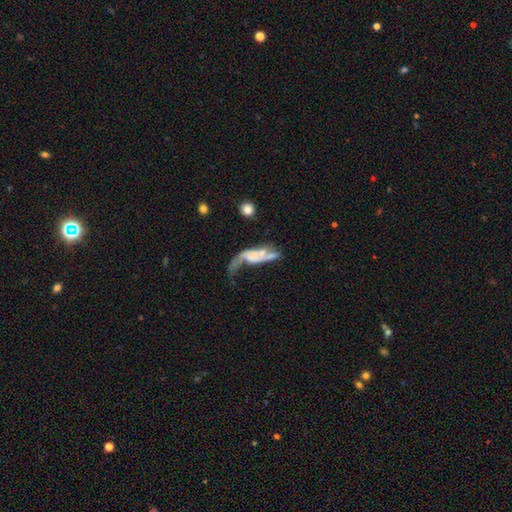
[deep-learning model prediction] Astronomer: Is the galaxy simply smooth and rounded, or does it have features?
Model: featured or disk — 62%.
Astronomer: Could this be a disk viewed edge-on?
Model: no — 84%.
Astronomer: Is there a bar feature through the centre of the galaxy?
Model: no — 67%.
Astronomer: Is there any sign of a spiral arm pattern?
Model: yes — 63%.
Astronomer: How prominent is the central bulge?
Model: none — 35% (runner-up: small, 33%).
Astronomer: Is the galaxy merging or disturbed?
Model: major disturbance — 41% (runner-up: merger, 24%).